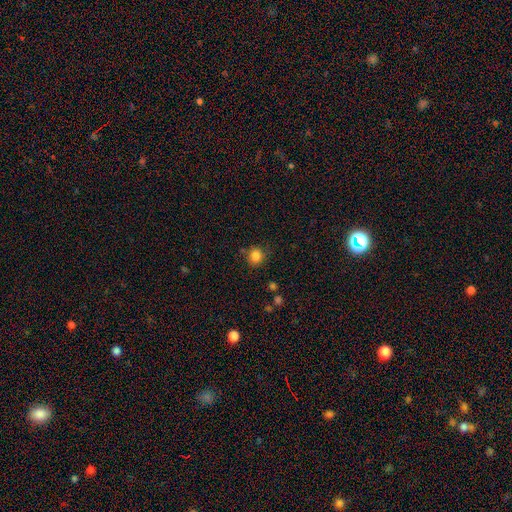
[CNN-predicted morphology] This appears to be a smooth galaxy with no disk features (84%) that is round (85%). Merging: none (79%).